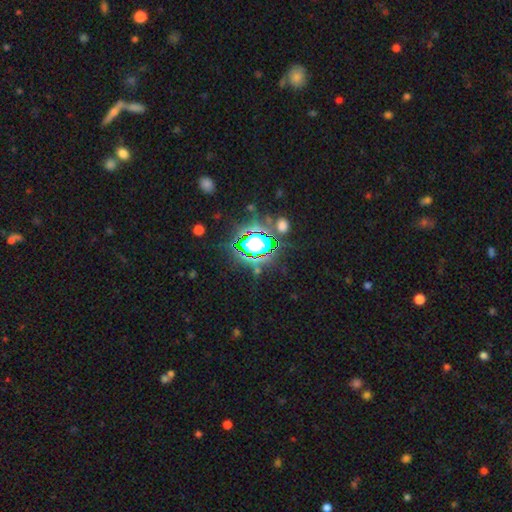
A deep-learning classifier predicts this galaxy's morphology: star or artifact 79%, smooth 12%, featured or disk 9%.